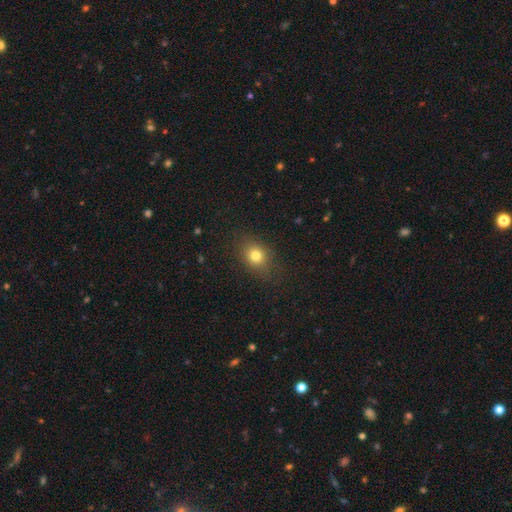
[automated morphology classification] Smooth or featured: smooth — 78% (star or artifact — 13%)
How rounded: round — 54% (in between — 45%)
Merging: none — 83% (minor disturbance — 11%)